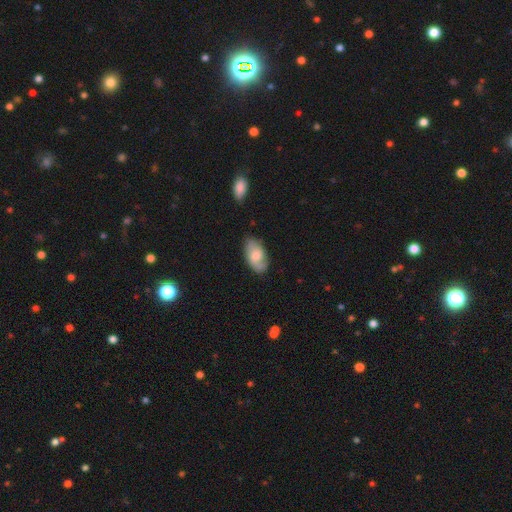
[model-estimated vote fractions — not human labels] smooth-or-featured: smooth: 54% | featured or disk: 40% | star or artifact: 7%
  how-rounded: in between: 94% | round: 4% | cigar-shaped: 2%
  merging: none: 71% | minor disturbance: 22% | major disturbance: 6% | merger: 2%